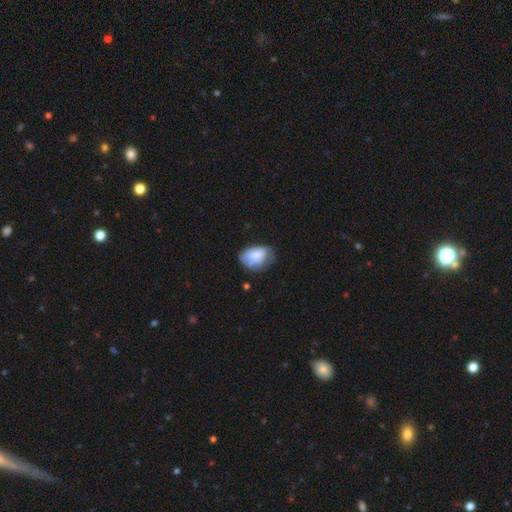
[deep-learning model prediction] Morphology: type=smooth (67%); roundness=in between (82%); merging=none (43%).